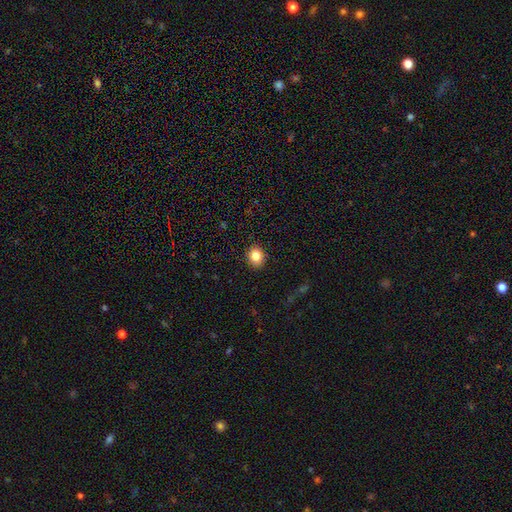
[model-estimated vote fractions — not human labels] The model was most divided on "how rounded": round: 65%, in between: 34%, cigar-shaped: 1%. More confident: merging — none (90%); smooth or featured — smooth (83%).